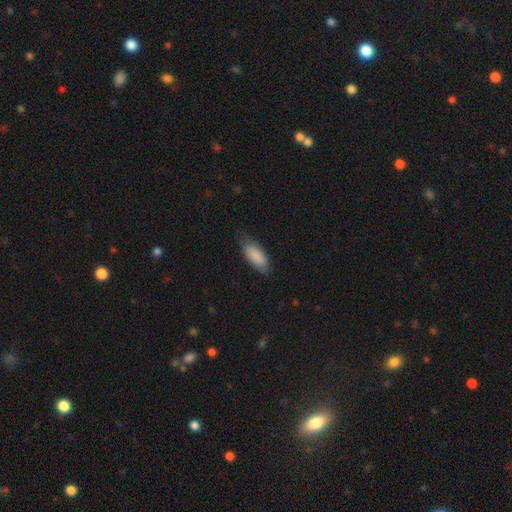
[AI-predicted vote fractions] Smooth or featured? smooth (85%)
How rounded? in between (85%)
Merging? none (67%)